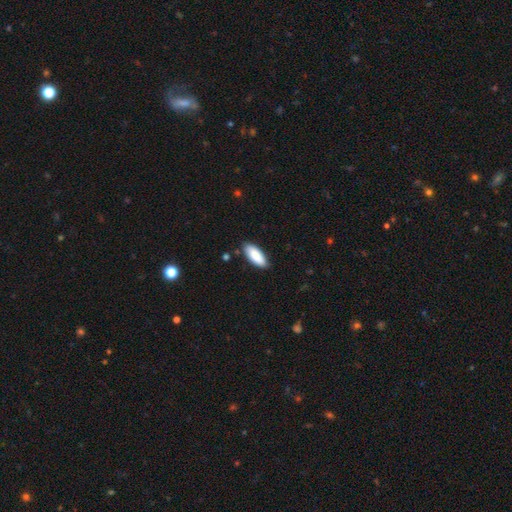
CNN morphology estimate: Smooth or featured? Predicted: smooth (p=0.88). How rounded? Predicted: in between (p=0.81). Merging? Predicted: none (p=0.86).